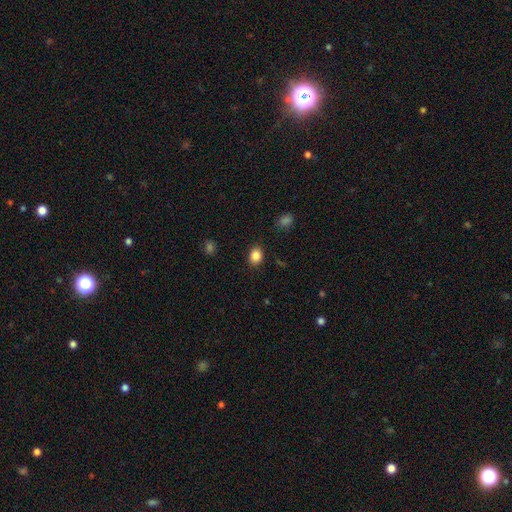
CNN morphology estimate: A smooth galaxy with no disk features (86%) that is round (55%).

Vote fractions:
- Smooth or featured? smooth: 86% / star or artifact: 10% / featured or disk: 4%
- How rounded? round: 55% / in between: 44% / cigar-shaped: 1%
- Merging? none: 87% / minor disturbance: 9% / major disturbance: 3% / merger: 1%